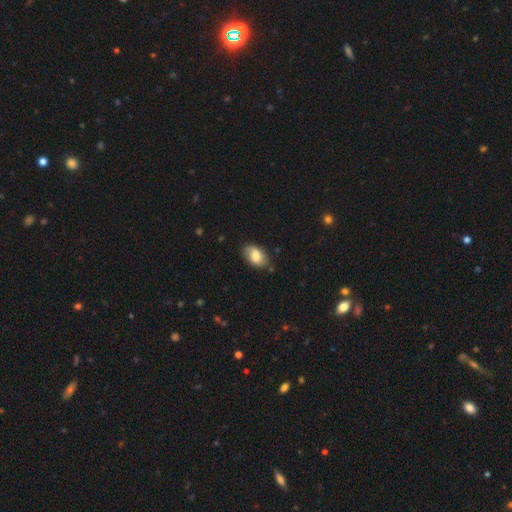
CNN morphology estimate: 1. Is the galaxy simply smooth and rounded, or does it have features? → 75% smooth, 18% featured or disk, 7% star or artifact.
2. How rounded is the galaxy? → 91% in between, 8% round, 1% cigar-shaped.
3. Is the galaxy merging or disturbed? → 77% none, 18% minor disturbance, 3% major disturbance, 2% merger.